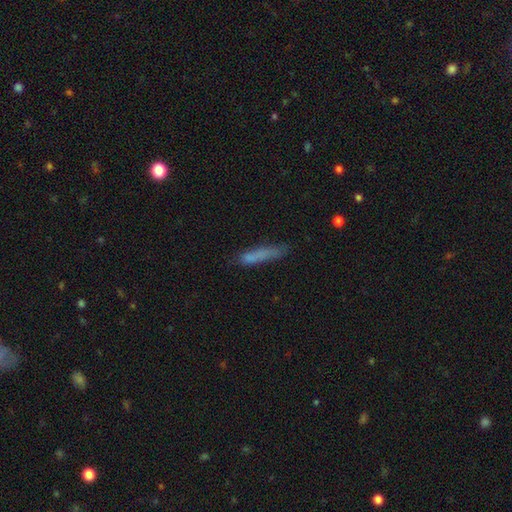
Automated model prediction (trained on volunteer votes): A smooth galaxy with no disk features (69%) that is cigar-shaped (92%). Merging: none (75%).